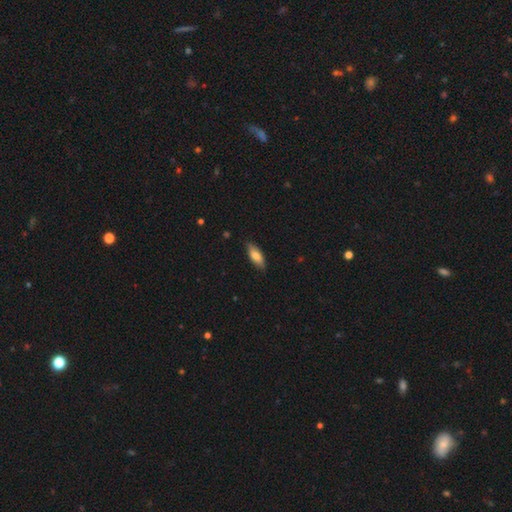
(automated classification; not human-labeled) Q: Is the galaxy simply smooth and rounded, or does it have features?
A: smooth — 75%.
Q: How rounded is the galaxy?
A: in between — 72%.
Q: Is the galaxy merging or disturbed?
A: none — 83%.